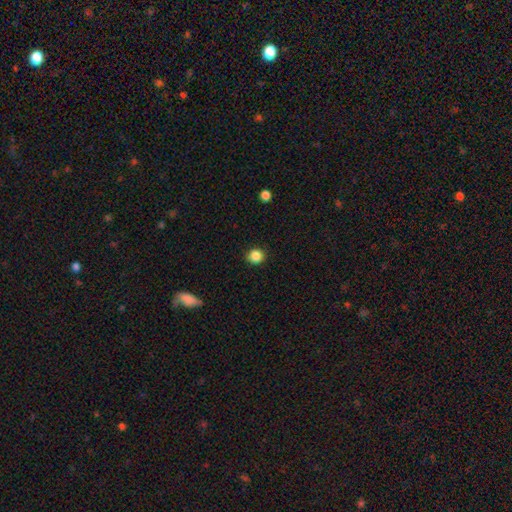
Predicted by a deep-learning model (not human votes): Morphology: type=smooth (86%); roundness=round (89%); merging=none (90%).